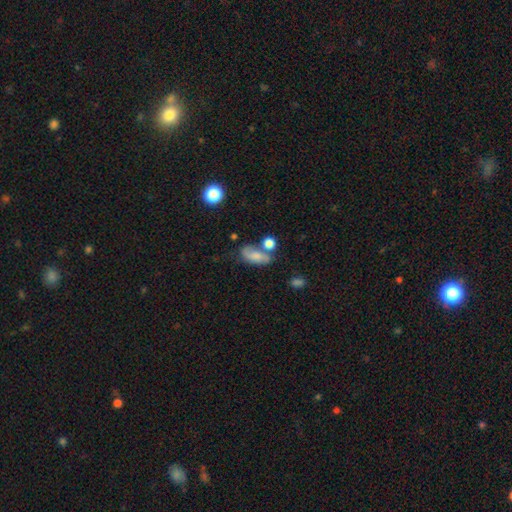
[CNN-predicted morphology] Q: Smooth or featured?
A: smooth (63%); runner-up: featured or disk (27%)
Q: How rounded?
A: in between (82%); runner-up: cigar-shaped (9%)
Q: Merging?
A: none (40%); runner-up: merger (26%)